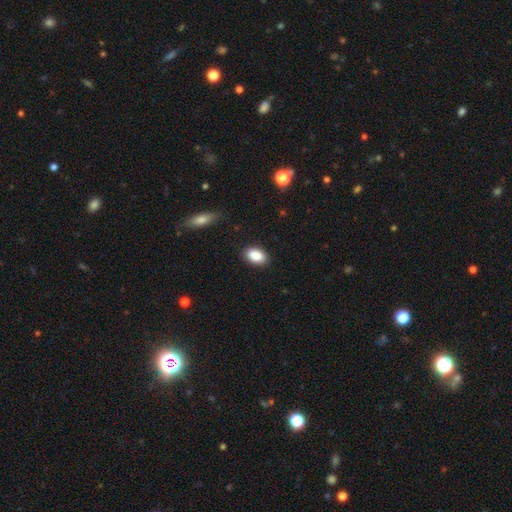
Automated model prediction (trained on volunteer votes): Smooth or featured?
  - smooth: 88% *
  - star or artifact: 7%
  - featured or disk: 4%
How rounded?
  - in between: 90% *
  - round: 8%
  - cigar-shaped: 2%
Merging?
  - none: 88% *
  - minor disturbance: 9%
  - major disturbance: 2%
  - merger: 1%